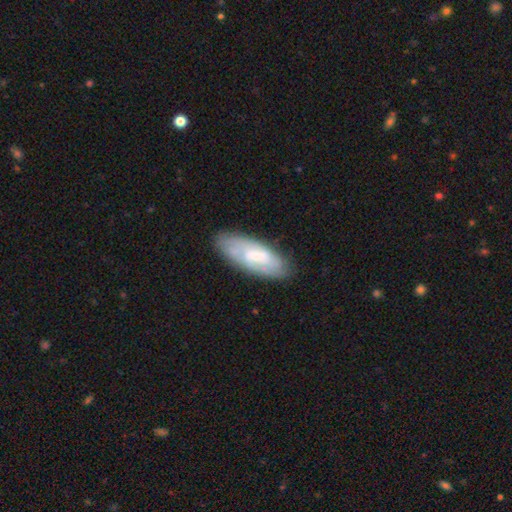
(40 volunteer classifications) A smooth galaxy with no disk features (50%) that is in between round and cigar-shaped (75%).

Vote fractions:
- Smooth or featured? smooth: 50% / featured or disk: 48% / star or artifact: 2%
- How rounded? in between: 75% / cigar-shaped: 25% / round: 0%
- Merging? none: 92% / minor disturbance: 5% / major disturbance: 3% / merger: 0%